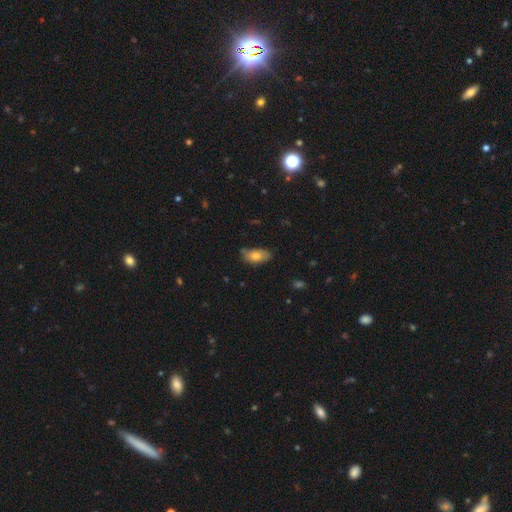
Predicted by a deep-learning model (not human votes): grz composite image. It shows a smooth galaxy with no disk features (73%) that is in between round and cigar-shaped (91%). Merging: none (63%).